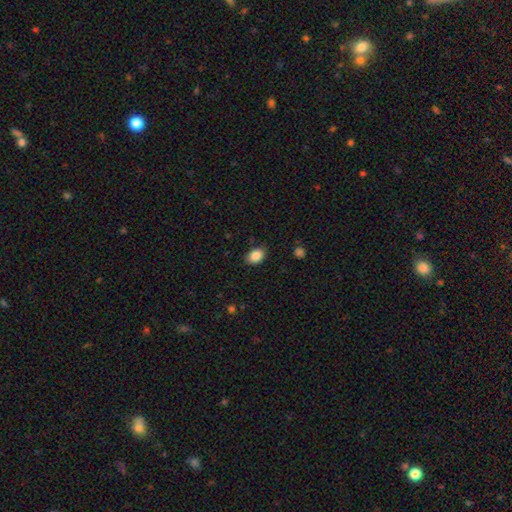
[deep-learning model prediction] Smooth or featured: smooth — 86% (star or artifact — 8%)
How rounded: in between — 78% (round — 21%)
Merging: none — 85% (minor disturbance — 11%)